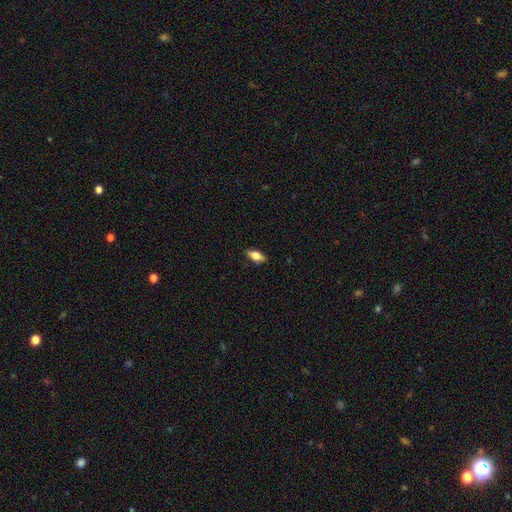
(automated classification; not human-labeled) A smooth galaxy with no disk features (68%) that is in between round and cigar-shaped (83%). Merging: none (85%).